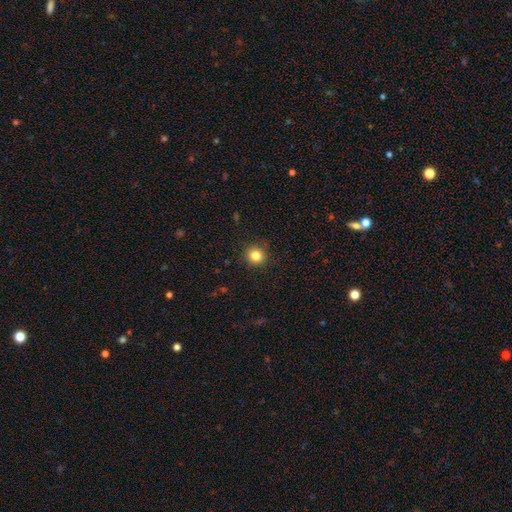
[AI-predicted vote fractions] smooth 83%, star or artifact 11%, featured or disk 5%. Down the decision tree: how rounded — round (92%); merging — none (91%).